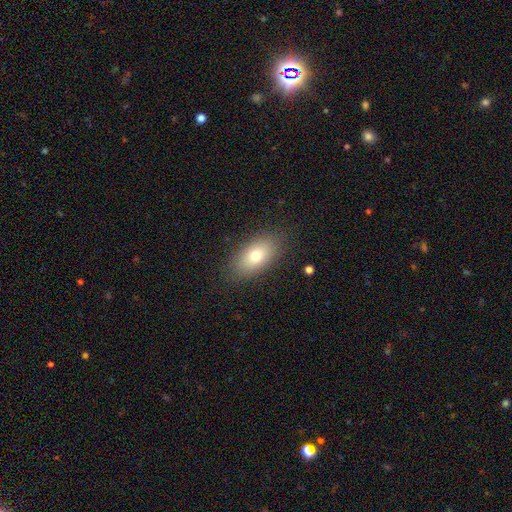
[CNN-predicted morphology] This is likely a smooth galaxy (74%). How rounded: clearly in between (89%). Merging: clearly none (86%).